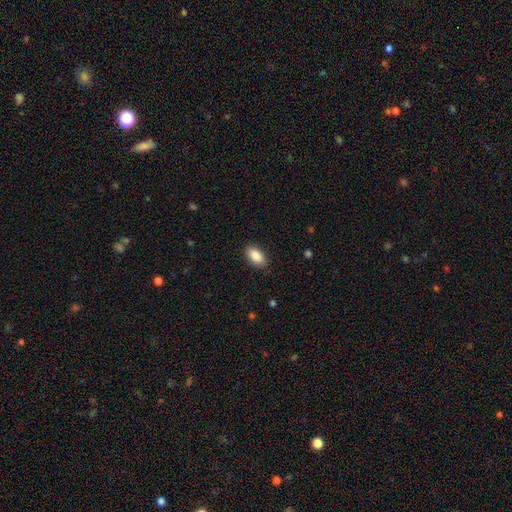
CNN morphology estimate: A smooth galaxy with no disk features (89%) that is in between round and cigar-shaped (94%). Merging: none (89%).